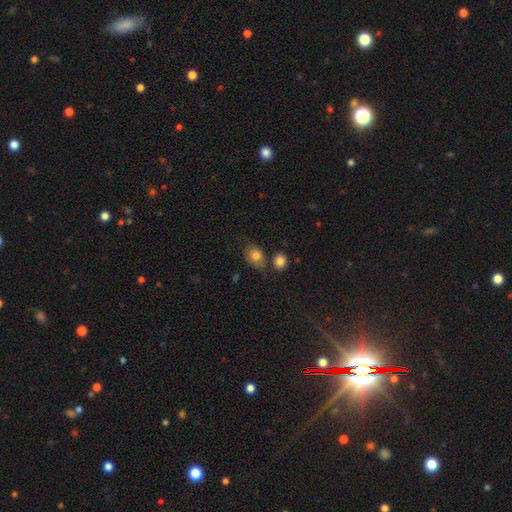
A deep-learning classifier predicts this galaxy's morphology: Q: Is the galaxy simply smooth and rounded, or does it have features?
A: smooth — 81%.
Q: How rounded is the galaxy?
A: in between — 67%.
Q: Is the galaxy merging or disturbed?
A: none — 62%.